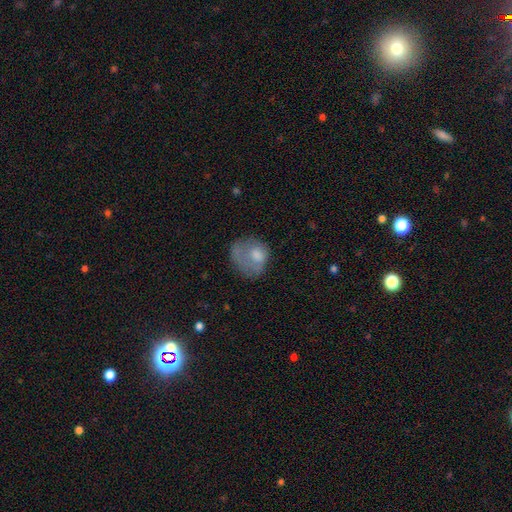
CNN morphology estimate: A smooth galaxy with no disk features (67%) that is round (54%). Merging: major disturbance (39%).